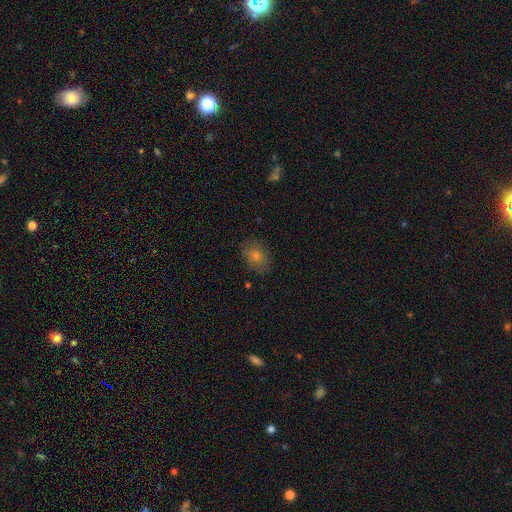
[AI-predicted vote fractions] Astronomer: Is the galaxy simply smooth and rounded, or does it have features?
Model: smooth — 61%.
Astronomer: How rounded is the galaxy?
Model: in between — 64%.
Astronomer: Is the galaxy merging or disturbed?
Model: none — 82%.